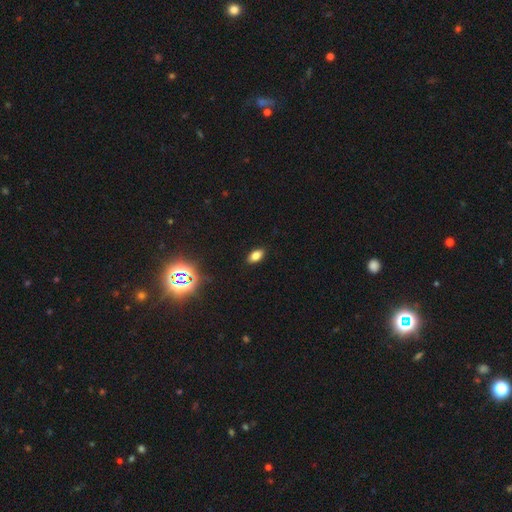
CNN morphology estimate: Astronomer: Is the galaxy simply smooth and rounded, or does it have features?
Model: smooth — 77%.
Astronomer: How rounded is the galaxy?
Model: in between — 90%.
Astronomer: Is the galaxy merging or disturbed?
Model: none — 89%.